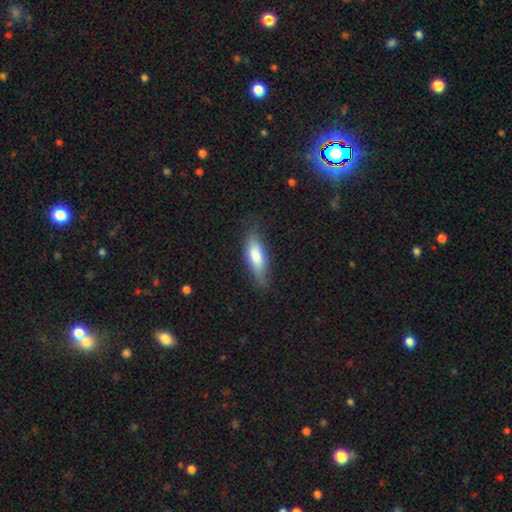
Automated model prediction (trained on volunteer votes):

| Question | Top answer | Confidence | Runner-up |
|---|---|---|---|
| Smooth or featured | smooth | 75% | featured or disk (19%) |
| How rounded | in between | 58% | cigar-shaped (40%) |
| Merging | none | 73% | minor disturbance (21%) |